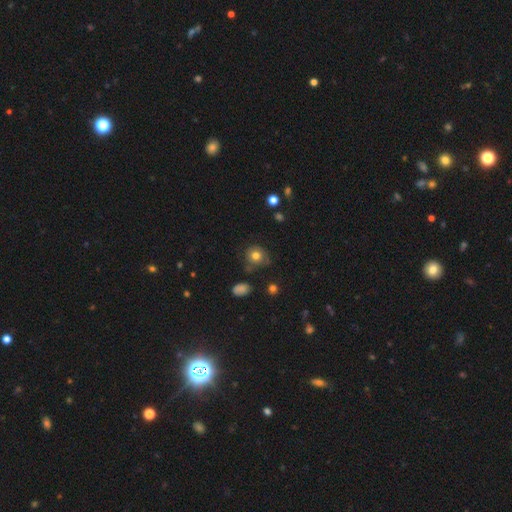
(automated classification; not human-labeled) Morphology: type=smooth (74%); roundness=round (85%); merging=none (68%).